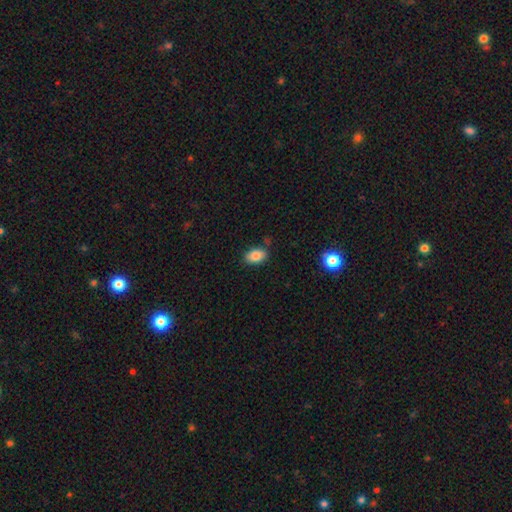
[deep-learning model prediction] Smooth or featured? Predicted: smooth (p=0.83). How rounded? Predicted: in between (p=0.87). Merging? Predicted: none (p=0.81).